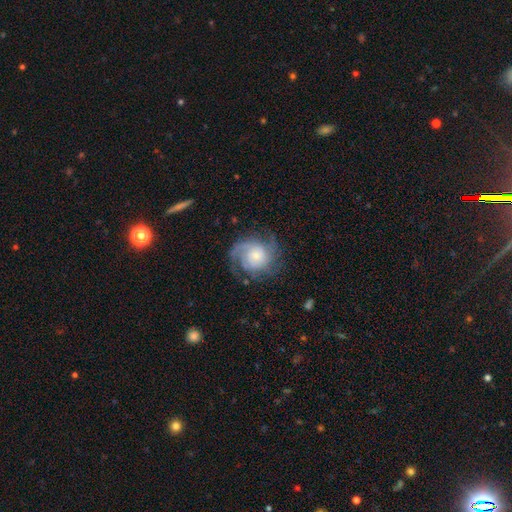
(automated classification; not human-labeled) Smooth or featured? Predicted: featured or disk (p=0.80). Edge-on disk? Predicted: no (p=0.98). Bar? Predicted: no (p=0.77). Spiral arms? Predicted: yes (p=0.95). Spiral winding? Predicted: tight (p=0.47). Spiral arm count? Predicted: 3 (p=0.27). Bulge size? Predicted: small (p=0.52). Merging? Predicted: none (p=0.68).